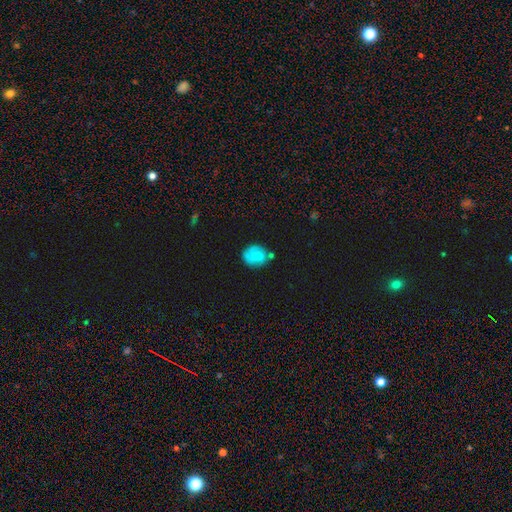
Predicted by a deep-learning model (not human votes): This is likely a smooth galaxy (68%). How rounded: likely round (67%). Merging: possibly none (58%).